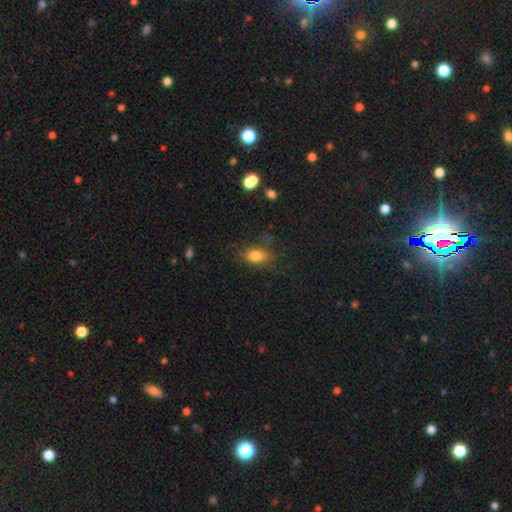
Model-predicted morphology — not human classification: type=smooth (80%); roundness=in between (83%); merging=none (64%).